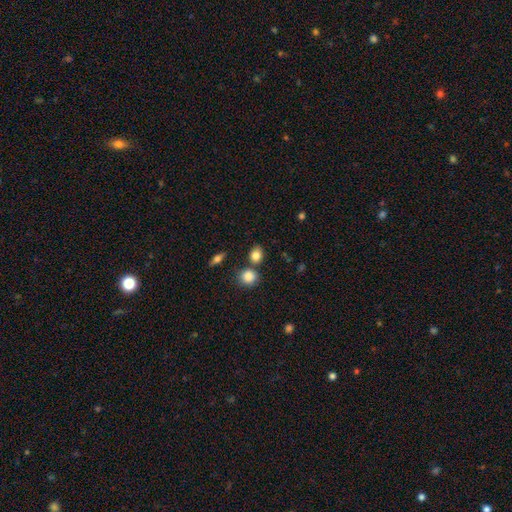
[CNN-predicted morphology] smooth-or-featured: smooth: 83% | star or artifact: 10% | featured or disk: 7%
  how-rounded: round: 56% | in between: 43% | cigar-shaped: 2%
  merging: none: 69% | merger: 17% | minor disturbance: 11% | major disturbance: 3%